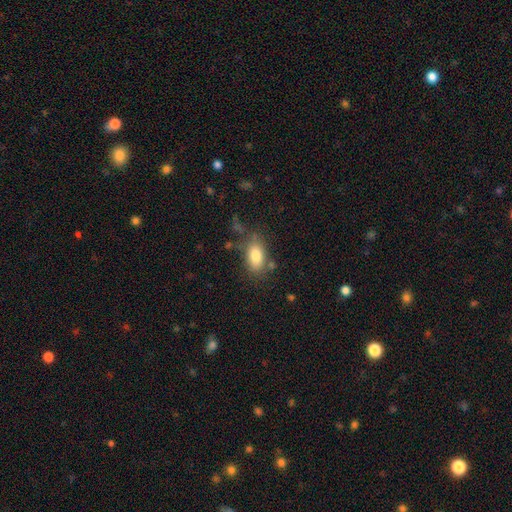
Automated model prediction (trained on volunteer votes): smooth_or_featured: smooth (p=0.81) [alt: featured or disk p=0.11]
how_rounded: in between (p=0.89) [alt: round p=0.08]
merging: none (p=0.69) [alt: minor disturbance p=0.18]